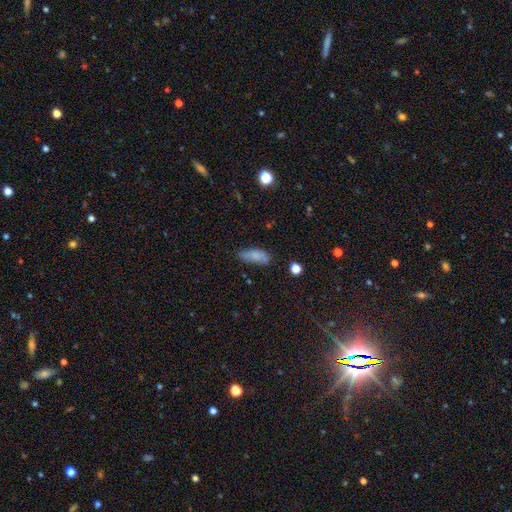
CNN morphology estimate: Smooth or featured?
  - smooth: 80% *
  - featured or disk: 12%
  - star or artifact: 9%
How rounded?
  - in between: 74% *
  - cigar-shaped: 24%
  - round: 3%
Merging?
  - none: 67% *
  - minor disturbance: 24%
  - major disturbance: 6%
  - merger: 3%